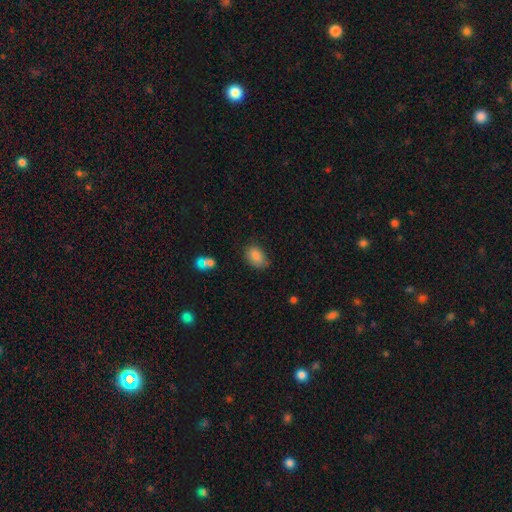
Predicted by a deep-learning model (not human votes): Smooth or featured?
  - smooth: 85% *
  - star or artifact: 9%
  - featured or disk: 6%
How rounded?
  - in between: 79% *
  - round: 20%
  - cigar-shaped: 1%
Merging?
  - none: 68% *
  - minor disturbance: 24%
  - major disturbance: 5%
  - merger: 2%